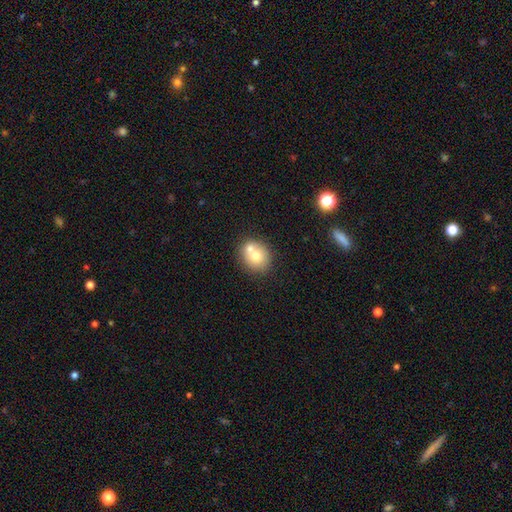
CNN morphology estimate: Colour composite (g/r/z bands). It shows a smooth galaxy with no disk features (68%) that is round (74%). Merging: merger (45%).